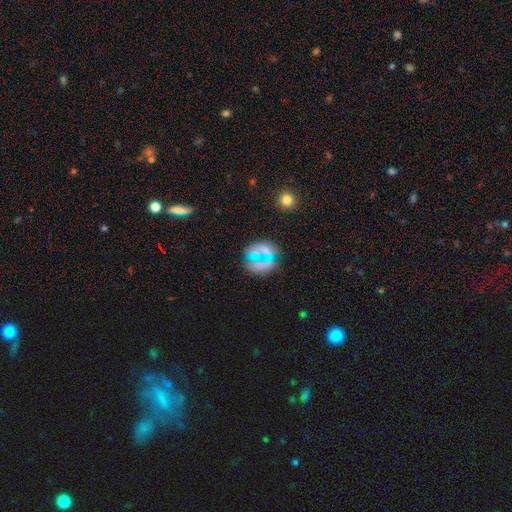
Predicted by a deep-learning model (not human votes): Morphology: type=smooth (44%); merging=none (53%).